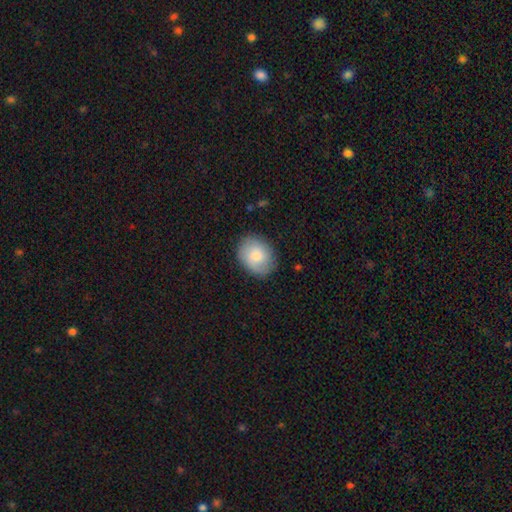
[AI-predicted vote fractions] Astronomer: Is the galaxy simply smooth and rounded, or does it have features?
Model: smooth — 75%.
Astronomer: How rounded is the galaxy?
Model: in between — 51% (runner-up: round, 48%).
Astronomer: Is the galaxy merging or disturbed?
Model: none — 82%.